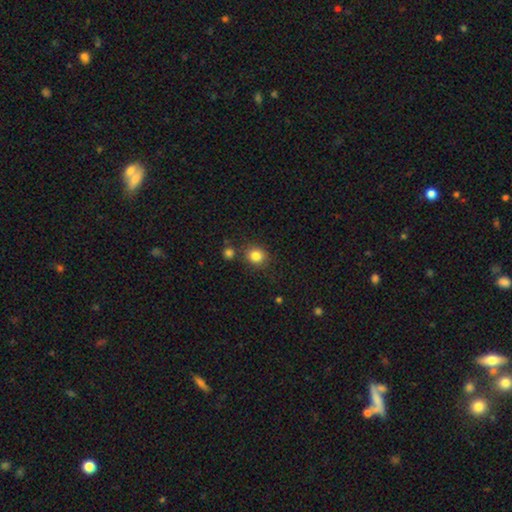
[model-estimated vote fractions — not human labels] Smooth or featured? smooth (84%)
How rounded? round (82%)
Merging? none (79%)